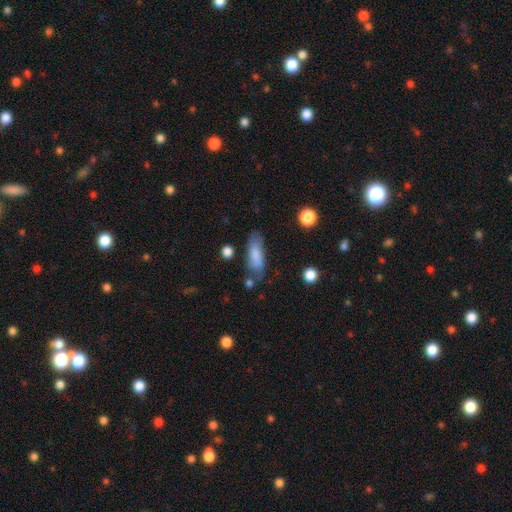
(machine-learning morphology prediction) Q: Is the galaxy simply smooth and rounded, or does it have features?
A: smooth — 79%.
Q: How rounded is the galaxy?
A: in between — 66%.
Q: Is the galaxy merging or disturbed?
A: none — 67%.